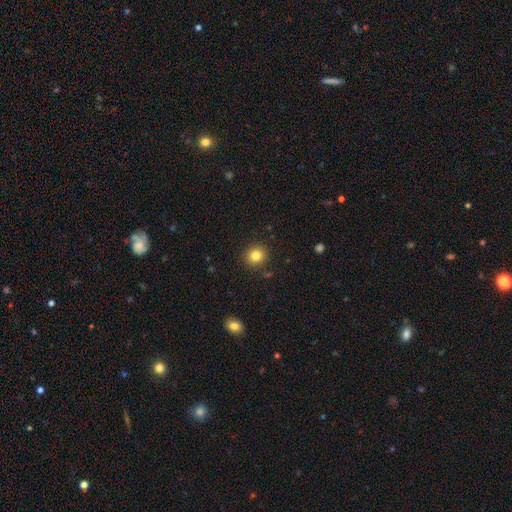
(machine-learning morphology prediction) Smooth or featured? smooth (82%)
How rounded? round (87%)
Merging? none (90%)